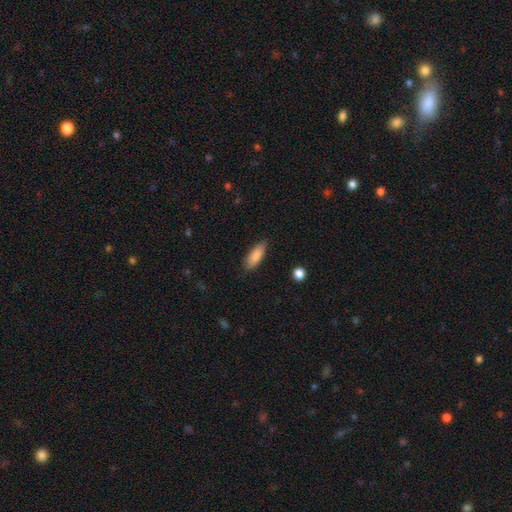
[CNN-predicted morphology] Overall: smooth (87%). How rounded: in between (69%; cigar-shaped 29%). Merging: none (82%).